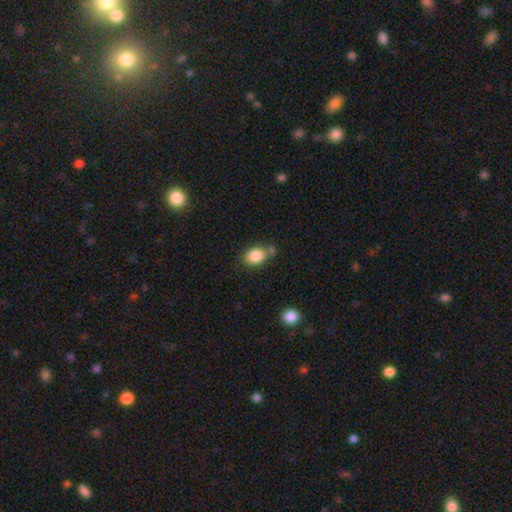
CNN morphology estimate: Smooth or featured: smooth — 86% (star or artifact — 8%)
How rounded: in between — 72% (round — 27%)
Merging: none — 64% (minor disturbance — 18%)